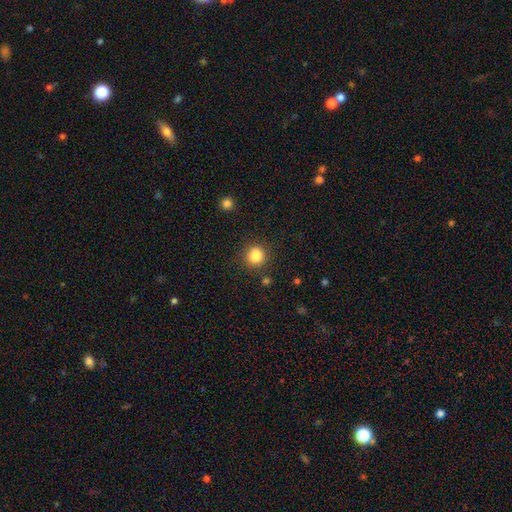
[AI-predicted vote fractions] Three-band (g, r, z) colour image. It shows a smooth galaxy with no disk features (86%) that is round (86%). Merging: none (86%).